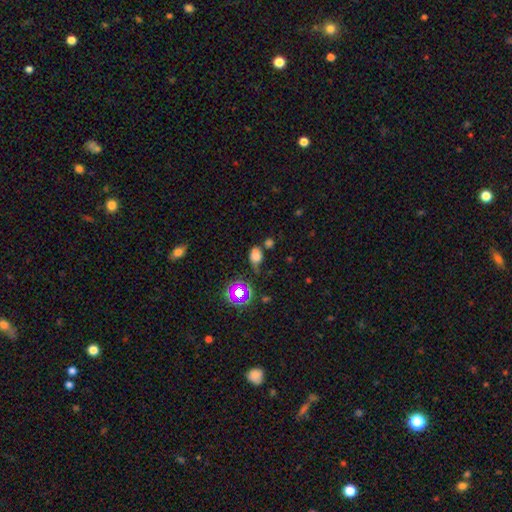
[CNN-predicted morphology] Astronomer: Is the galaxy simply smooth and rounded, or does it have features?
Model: smooth — 66%.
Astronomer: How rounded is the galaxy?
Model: in between — 75%.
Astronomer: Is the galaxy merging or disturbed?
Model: none — 37% (runner-up: minor disturbance, 28%).